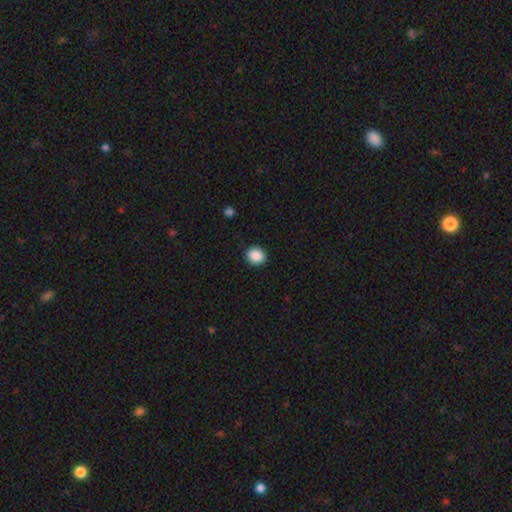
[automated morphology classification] Smooth or featured? Predicted: smooth (p=0.89). How rounded? Predicted: round (p=0.73). Merging? Predicted: none (p=0.90).